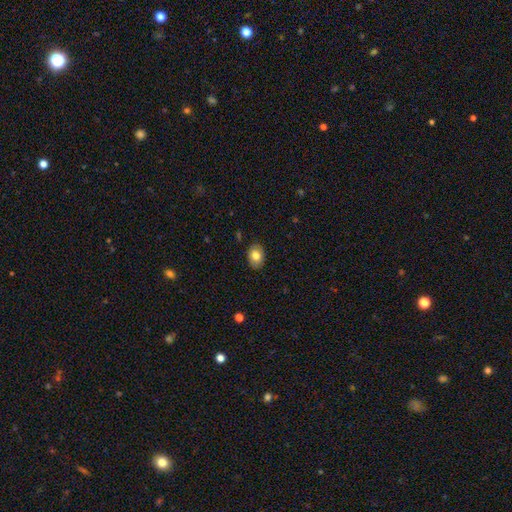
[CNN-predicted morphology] type=smooth (78%); roundness=in between (77%); merging=none (87%).